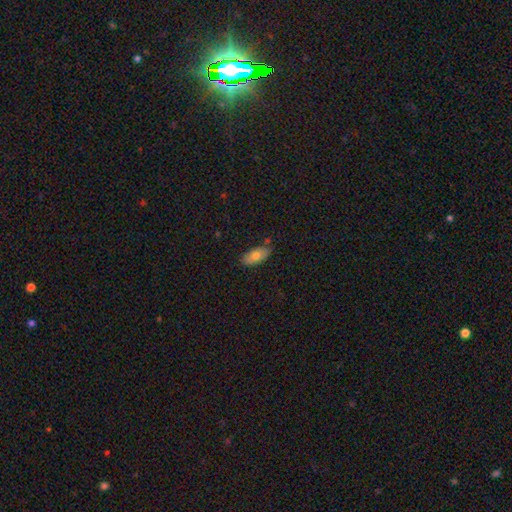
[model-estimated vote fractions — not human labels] Smooth or featured? Predicted: smooth (p=0.74). How rounded? Predicted: in between (p=0.90). Merging? Predicted: none (p=0.78).